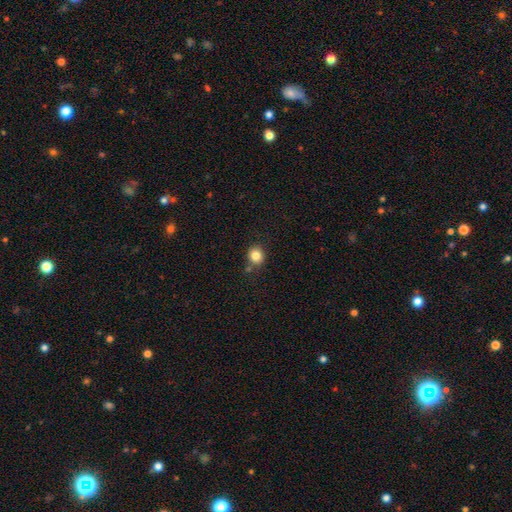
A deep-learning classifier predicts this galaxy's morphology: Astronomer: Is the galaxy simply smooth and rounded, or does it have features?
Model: smooth — 83%.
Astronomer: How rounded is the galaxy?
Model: round — 87%.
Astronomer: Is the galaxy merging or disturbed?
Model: none — 77%.